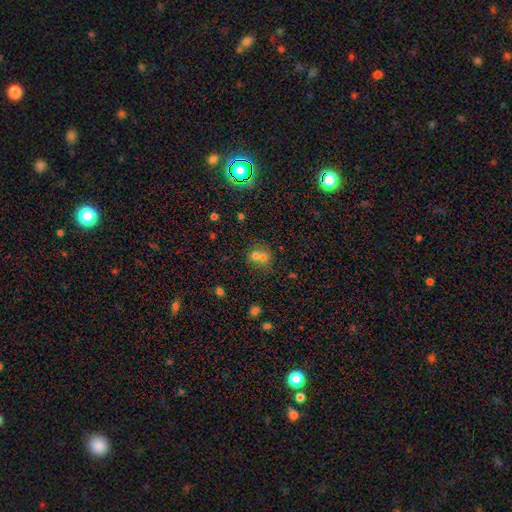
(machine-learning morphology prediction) The model was most divided on "merging": merger: 59%, none: 32%, minor disturbance: 6%, major disturbance: 3%. More confident: how rounded — round (77%); smooth or featured — smooth (64%).